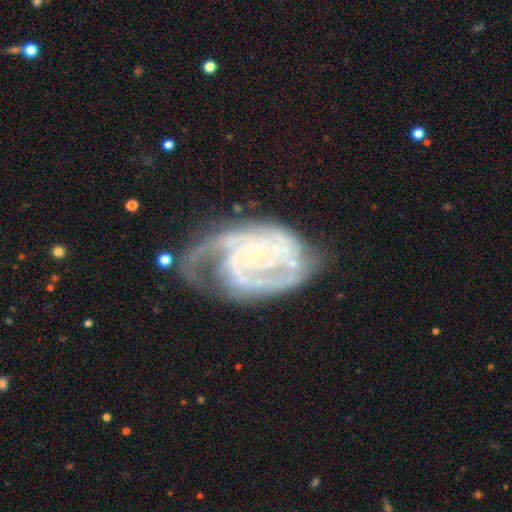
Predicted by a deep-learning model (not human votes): Smooth or featured: featured or disk — 90% (star or artifact — 6%)
Edge-on disk: no — 97% (yes — 3%)
Bar: no — 64% (weak — 25%)
Spiral arms: yes — 98% (no — 2%)
Spiral winding: tight — 61% (medium — 34%)
Spiral arm count: 3 — 31% (tied with 2 — 31%)
Bulge size: small — 85% (moderate — 10%)
Merging: none — 50% (minor disturbance — 27%)